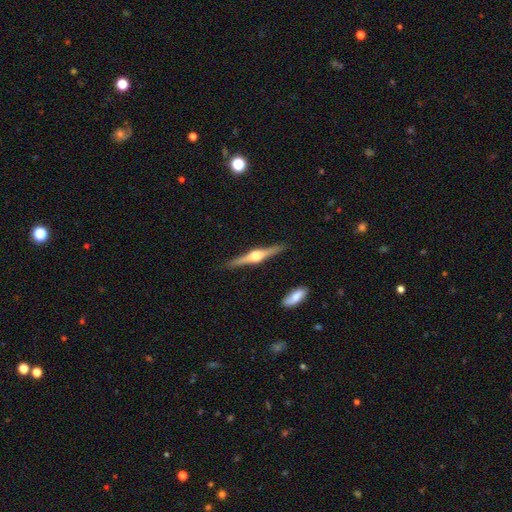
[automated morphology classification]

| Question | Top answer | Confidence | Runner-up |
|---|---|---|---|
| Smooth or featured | featured or disk | 81% | smooth (14%) |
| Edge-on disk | yes | 98% | no (2%) |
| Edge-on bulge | rounded | 95% | boxy (3%) |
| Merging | none | 90% | minor disturbance (7%) |